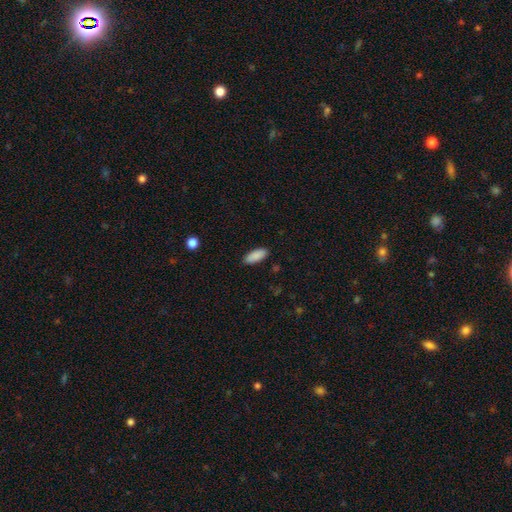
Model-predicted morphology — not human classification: Smooth or featured?
  - smooth: 89% *
  - star or artifact: 7%
  - featured or disk: 4%
How rounded?
  - in between: 81% *
  - cigar-shaped: 17%
  - round: 2%
Merging?
  - none: 87% *
  - minor disturbance: 10%
  - major disturbance: 2%
  - merger: 1%